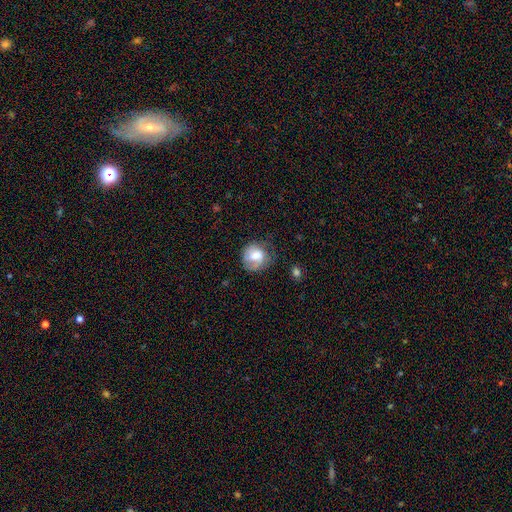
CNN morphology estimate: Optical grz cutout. It shows a smooth galaxy with no disk features (62%) that is round (75%). Merging: none (52%).